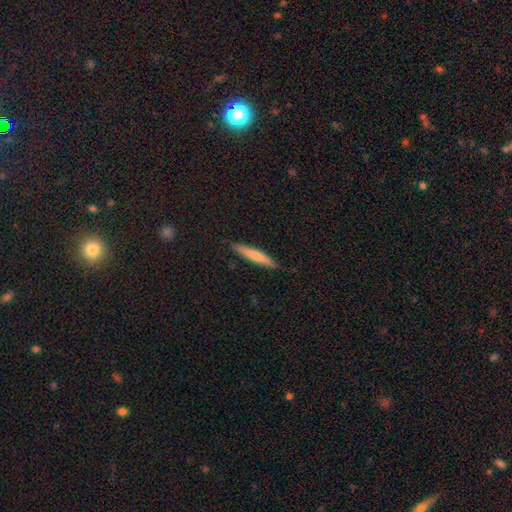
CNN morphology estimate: smooth-or-featured: smooth: 69% | featured or disk: 25% | star or artifact: 5%
  how-rounded: cigar-shaped: 93% | in between: 6% | round: 1%
  merging: none: 88% | minor disturbance: 9% | major disturbance: 2% | merger: 1%